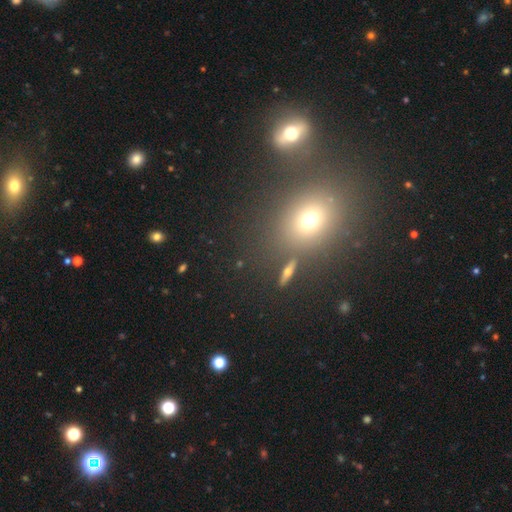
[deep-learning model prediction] Smooth or featured: smooth — 52% (star or artifact — 36%)
How rounded: round — 51% (in between — 46%)
Merging: none — 77% (merger — 10%)